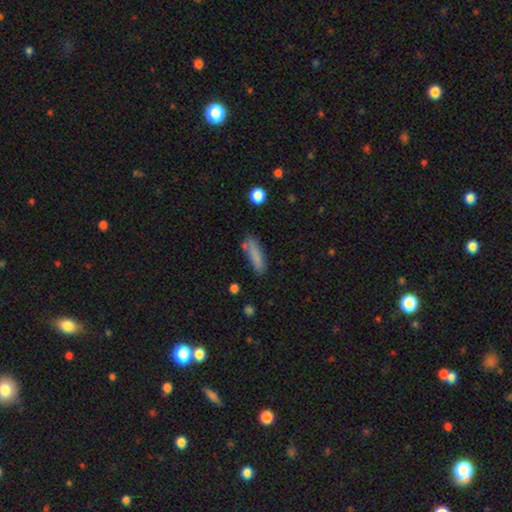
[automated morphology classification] type=smooth (81%); roundness=cigar-shaped (72%); merging=none (72%).